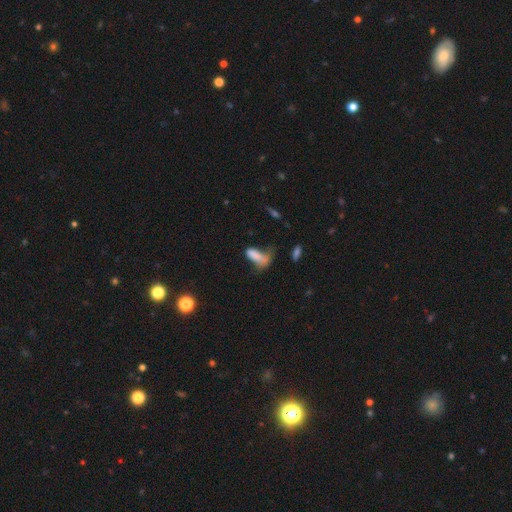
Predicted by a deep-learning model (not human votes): Morphology: type=smooth (74%); roundness=in between (73%); merging=major disturbance (41%).